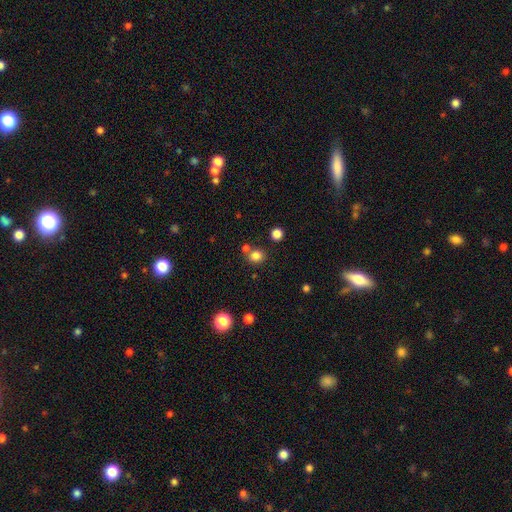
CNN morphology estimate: smooth_or_featured: smooth (p=0.81) [alt: star or artifact p=0.13]
how_rounded: round (p=0.77) [alt: in between p=0.23]
merging: none (p=0.70) [alt: merger p=0.18]